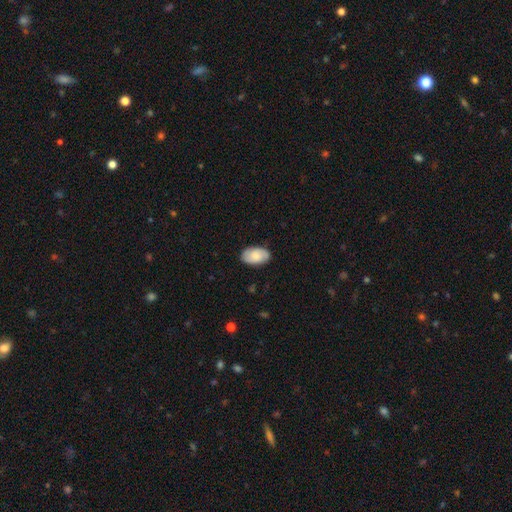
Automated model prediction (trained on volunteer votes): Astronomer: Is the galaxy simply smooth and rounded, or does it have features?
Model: smooth — 64%.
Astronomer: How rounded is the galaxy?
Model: in between — 93%.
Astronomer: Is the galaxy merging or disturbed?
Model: none — 84%.